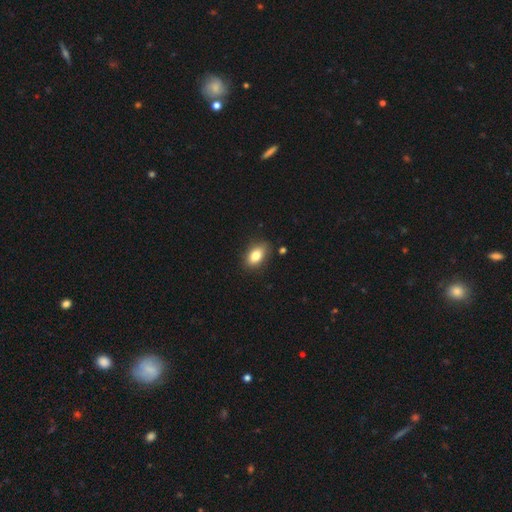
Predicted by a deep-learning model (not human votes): Smooth or featured? Predicted: smooth (p=0.82). How rounded? Predicted: in between (p=0.89). Merging? Predicted: none (p=0.82).